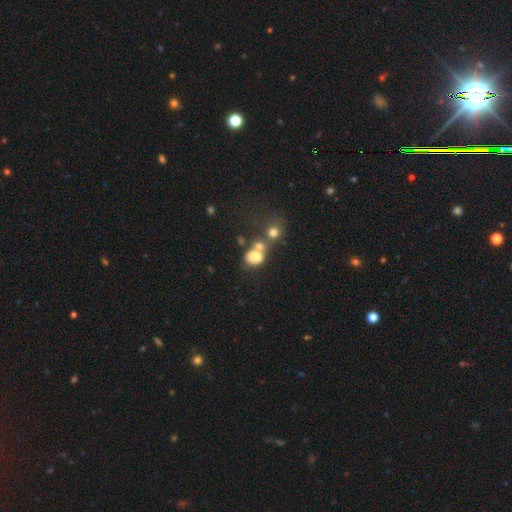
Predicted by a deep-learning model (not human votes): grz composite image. It shows a smooth galaxy with no disk features (71%) that is round (56%). Merging: merger (48%).